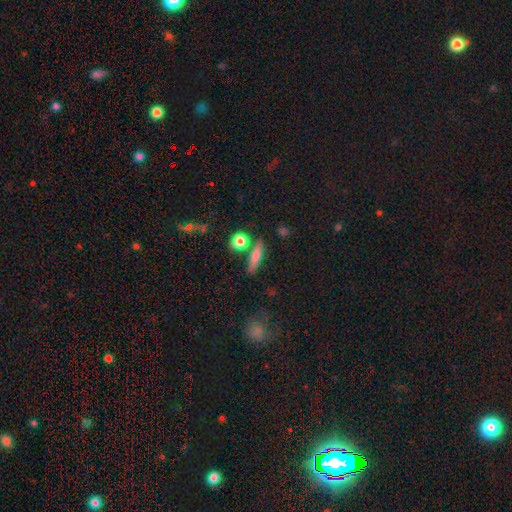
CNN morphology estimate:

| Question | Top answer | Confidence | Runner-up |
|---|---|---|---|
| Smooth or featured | smooth | 72% | featured or disk (18%) |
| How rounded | cigar-shaped | 68% | in between (22%) |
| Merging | none | 76% | minor disturbance (11%) |